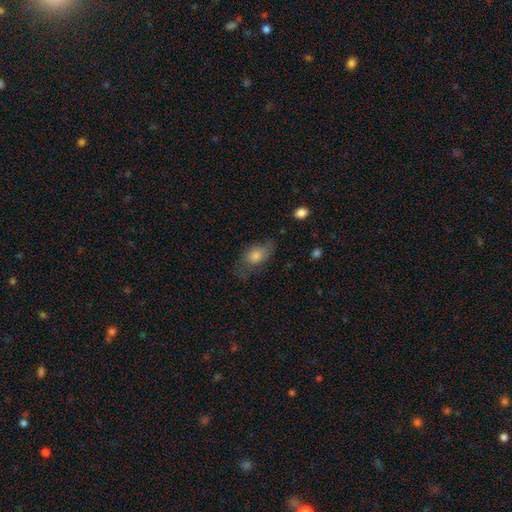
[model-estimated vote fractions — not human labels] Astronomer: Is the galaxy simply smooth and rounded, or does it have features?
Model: smooth — 66%.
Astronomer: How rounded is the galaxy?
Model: in between — 81%.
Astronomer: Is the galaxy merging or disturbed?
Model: none — 61%.